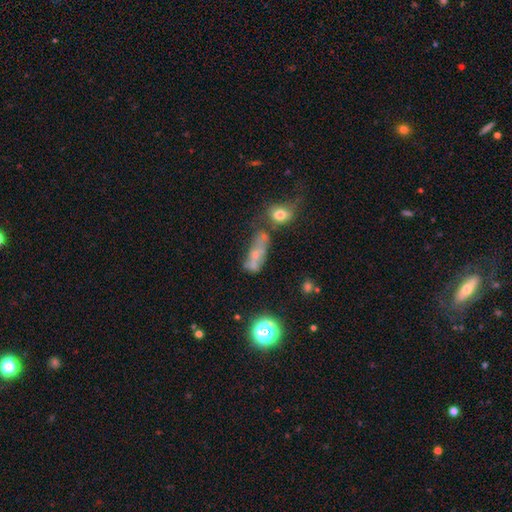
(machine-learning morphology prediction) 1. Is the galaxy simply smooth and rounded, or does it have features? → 46% smooth, 34% featured or disk, 20% star or artifact.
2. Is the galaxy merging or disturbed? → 34% merger, 30% none, 19% major disturbance, 17% minor disturbance.